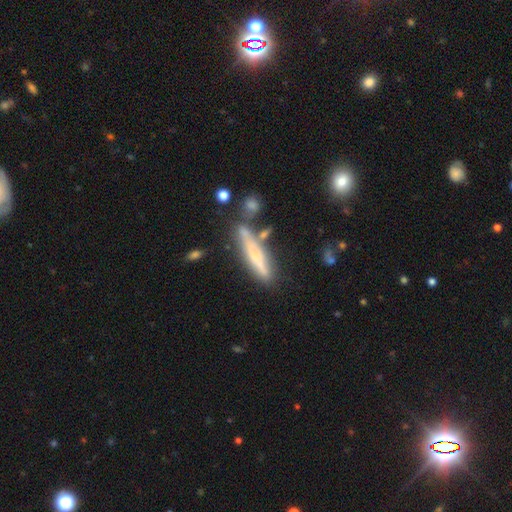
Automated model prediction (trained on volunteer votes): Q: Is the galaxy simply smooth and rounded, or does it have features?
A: smooth — 54%.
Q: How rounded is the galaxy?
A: cigar-shaped — 87%.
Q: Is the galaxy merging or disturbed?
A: none — 60%.